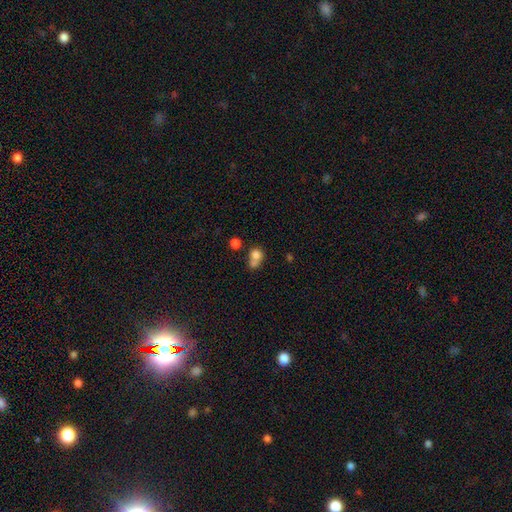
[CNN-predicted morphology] smooth-or-featured: smooth: 76% | featured or disk: 12% | star or artifact: 12%
  how-rounded: round: 75% | in between: 24% | cigar-shaped: 1%
  merging: merger: 54% | none: 34% | minor disturbance: 8% | major disturbance: 5%